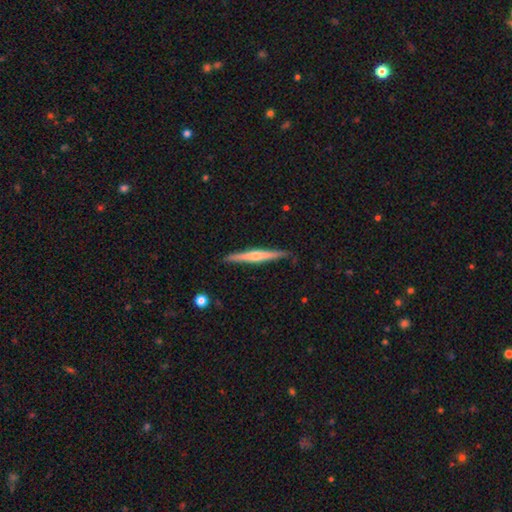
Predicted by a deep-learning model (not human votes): This appears to be a featured or disk galaxy (62%) viewed edge-on (98%) with a rounded central bulge (71%). Merging: none (89%).